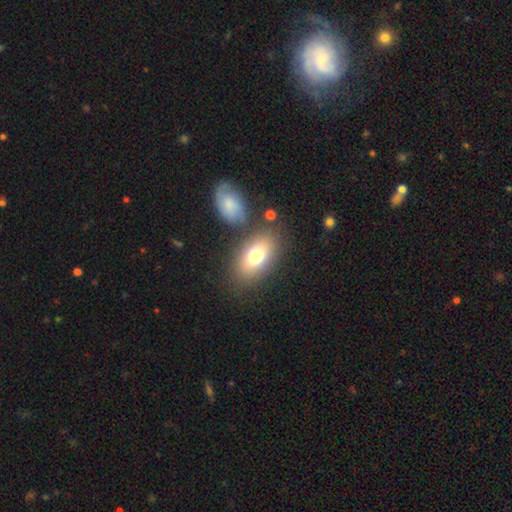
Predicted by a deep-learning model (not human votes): This is likely a smooth galaxy (75%). How rounded: clearly in between (88%). Merging: likely none (77%).